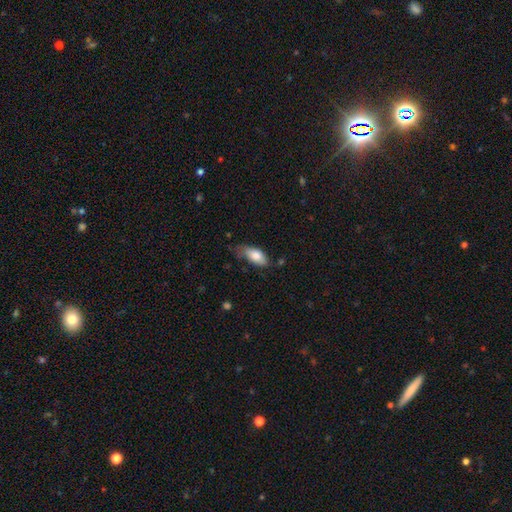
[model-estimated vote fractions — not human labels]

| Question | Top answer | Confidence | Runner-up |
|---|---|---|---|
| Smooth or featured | smooth | 80% | featured or disk (14%) |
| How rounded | in between | 88% | cigar-shaped (9%) |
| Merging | none | 49% | minor disturbance (38%) |